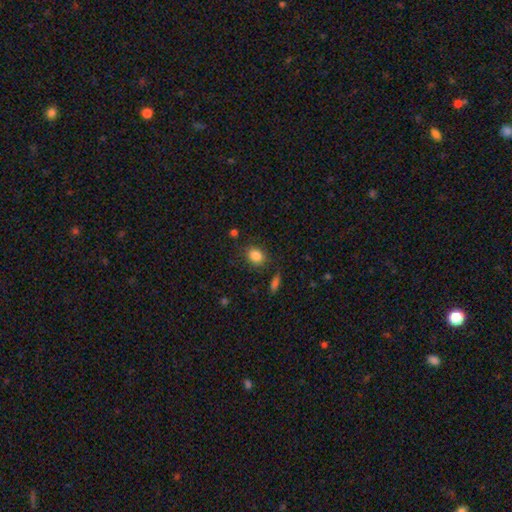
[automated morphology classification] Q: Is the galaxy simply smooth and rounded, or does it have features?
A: smooth — 85%.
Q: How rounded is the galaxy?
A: in between — 50%.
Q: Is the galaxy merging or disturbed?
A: none — 81%.